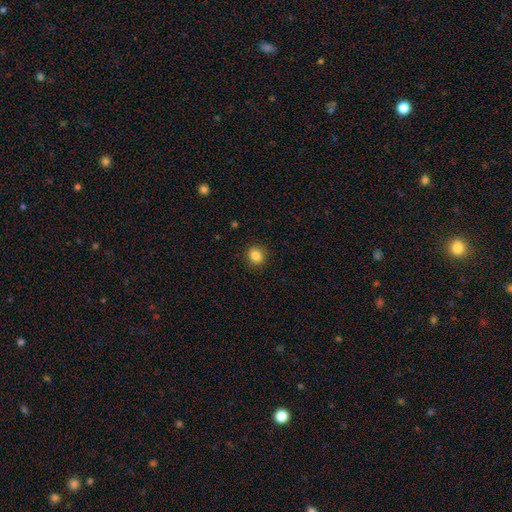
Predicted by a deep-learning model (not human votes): This is clearly a smooth galaxy (85%). How rounded: likely round (77%). Merging: clearly none (90%).